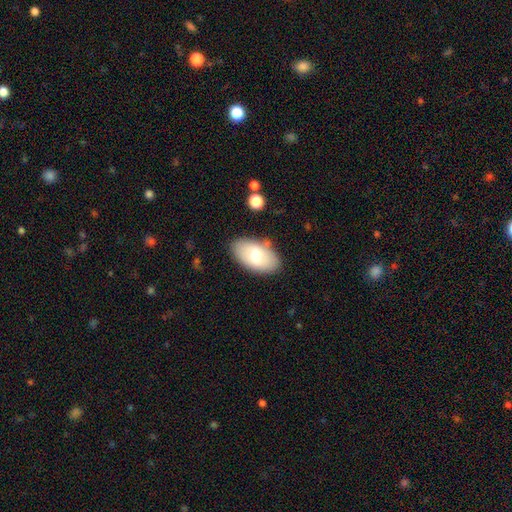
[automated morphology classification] This is likely a smooth galaxy (67%). How rounded: clearly in between (94%). Merging: likely none (79%).